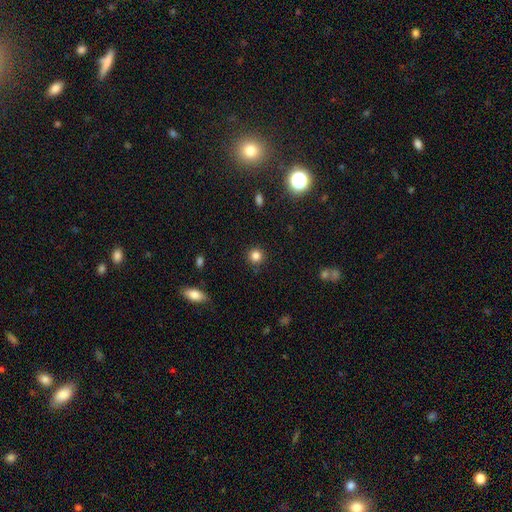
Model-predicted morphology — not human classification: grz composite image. It shows a smooth galaxy with no disk features (83%) that is round (93%). Merging: none (90%).